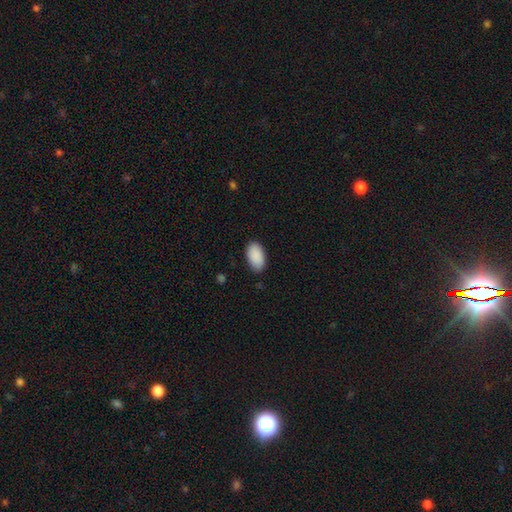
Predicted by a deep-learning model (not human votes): Overall: smooth (91%). How rounded: in between (95%). Merging: none (85%).